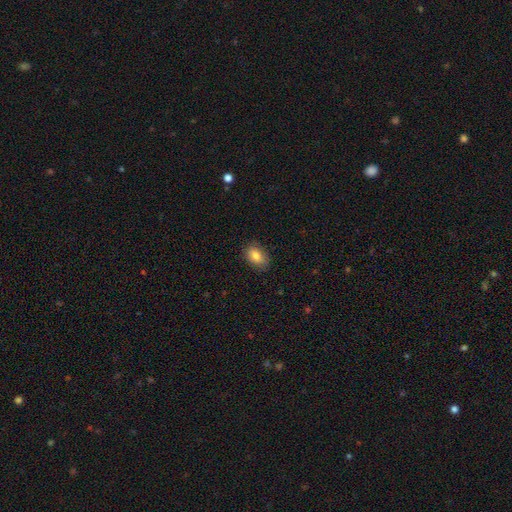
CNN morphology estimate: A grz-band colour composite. It shows a smooth galaxy with no disk features (82%) that is in between round and cigar-shaped (87%). Merging: none (84%).